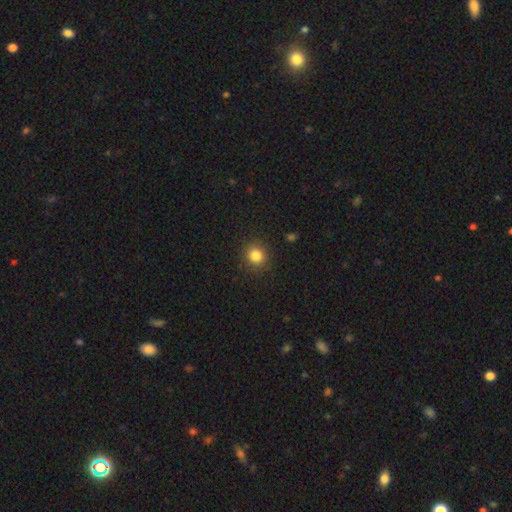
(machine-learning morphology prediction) This is clearly a smooth galaxy (84%). How rounded: clearly round (89%). Merging: clearly none (90%).